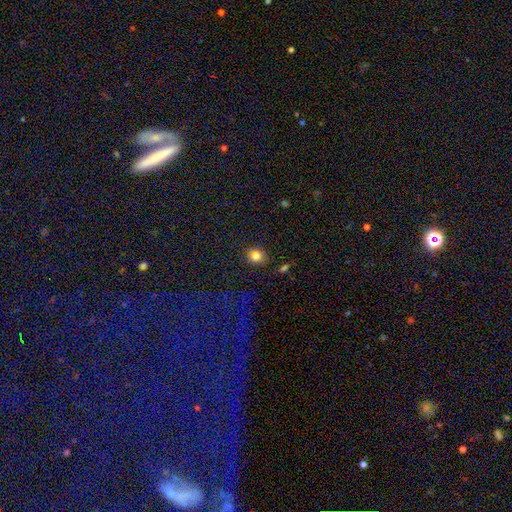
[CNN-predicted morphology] Smooth or featured? Predicted: smooth (p=0.80). How rounded? Predicted: round (p=0.74). Merging? Predicted: none (p=0.85).